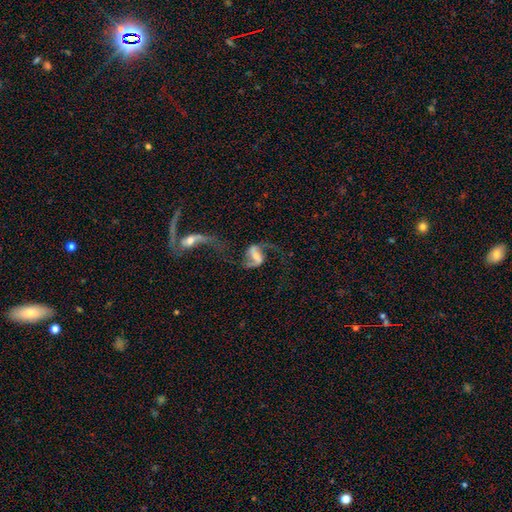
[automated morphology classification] Smooth or featured?
  - featured or disk: 87% *
  - smooth: 7%
  - star or artifact: 6%
Edge-on disk?
  - no: 97% *
  - yes: 3%
Bar?
  - strong: 44% *
  - weak: 41%
  - no: 15%
Spiral arms?
  - yes: 94% *
  - no: 6%
Spiral winding?
  - loose: 72% *
  - medium: 23%
  - tight: 5%
Spiral arm count?
  - 2: 92% *
  - 1: 3%
  - can't tell: 2%
  - 3: 1%
  - 4: 1%
  - more than 4: 1%
Bulge size?
  - small: 40% *
  - moderate: 36%
  - none: 14%
  - large: 7%
  - dominant: 2%
Merging?
  - none: 50% *
  - major disturbance: 19%
  - merger: 18%
  - minor disturbance: 13%